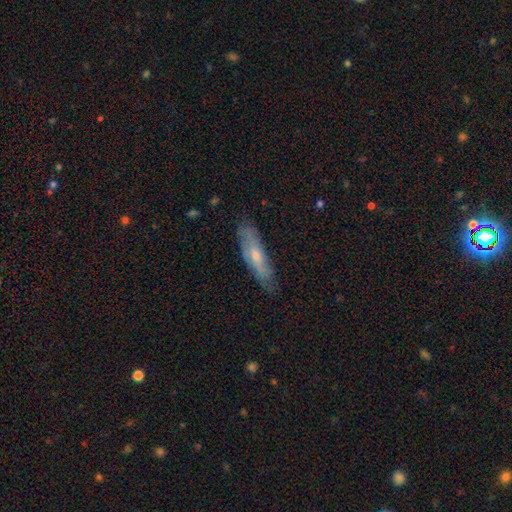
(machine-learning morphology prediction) This is possibly a featured or disk galaxy (50%). It is likely not viewed edge-on (60%). Merging: likely none (75%).